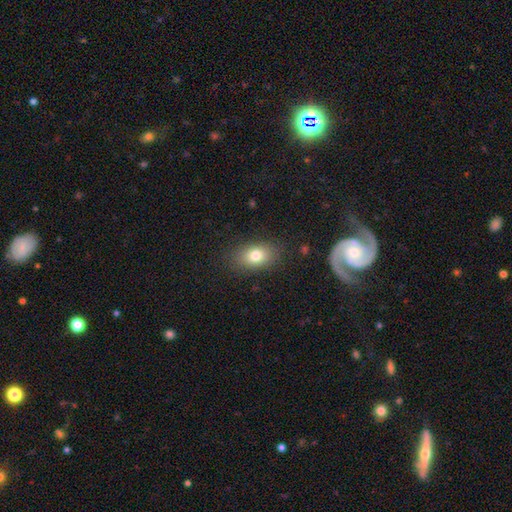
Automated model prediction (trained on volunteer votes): smooth_or_featured: smooth (p=0.79) [alt: featured or disk p=0.11]
how_rounded: in between (p=0.84) [alt: round p=0.14]
merging: none (p=0.85) [alt: minor disturbance p=0.10]